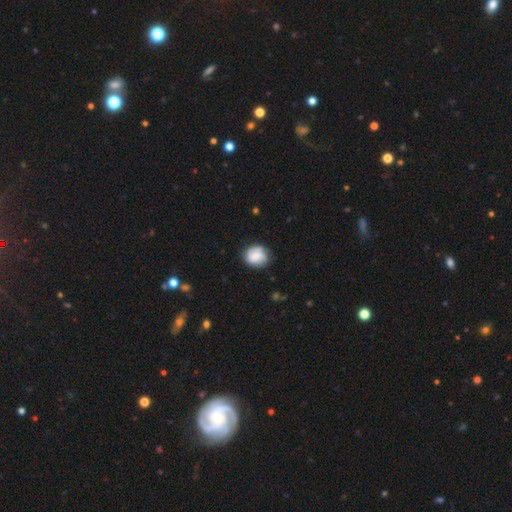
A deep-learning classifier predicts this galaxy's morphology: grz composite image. It shows a smooth galaxy with no disk features (63%) that is round (72%). Merging: none (74%).